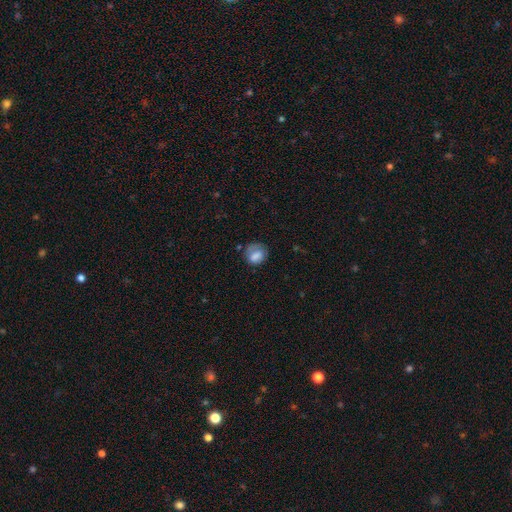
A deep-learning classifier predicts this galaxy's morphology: smooth 75%, featured or disk 16%, star or artifact 9%. Down the decision tree: how rounded — round (58%); merging — none (52%).